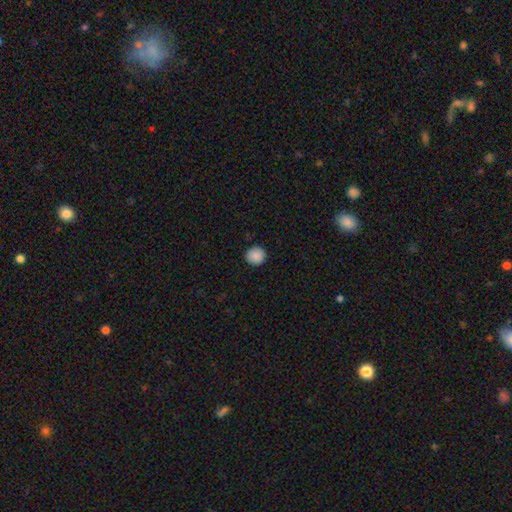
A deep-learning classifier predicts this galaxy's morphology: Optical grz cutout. It shows a smooth galaxy with no disk features (89%) that is round (93%). Merging: none (92%).